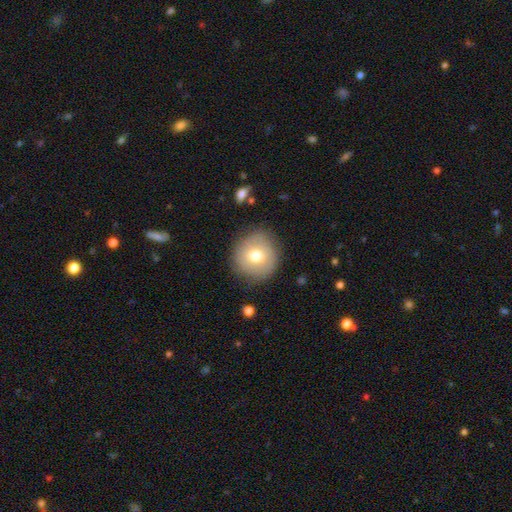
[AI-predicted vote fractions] Smooth or featured: smooth — 70% (featured or disk — 21%)
How rounded: round — 91% (in between — 8%)
Merging: none — 81% (minor disturbance — 13%)